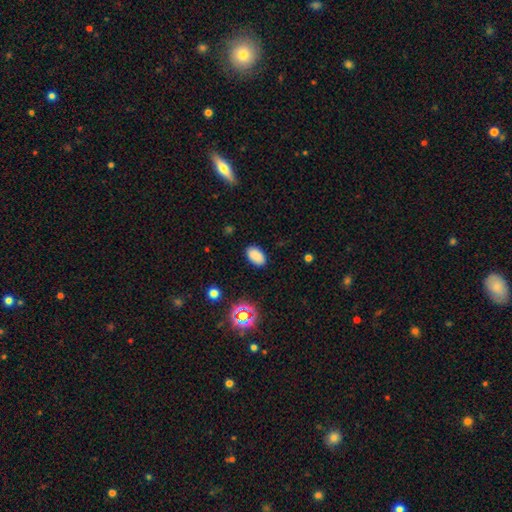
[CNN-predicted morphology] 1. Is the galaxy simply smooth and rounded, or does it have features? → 85% smooth, 11% star or artifact, 4% featured or disk.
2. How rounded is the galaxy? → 93% in between, 6% round, 1% cigar-shaped.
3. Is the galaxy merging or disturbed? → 88% none, 9% minor disturbance, 2% major disturbance, 1% merger.